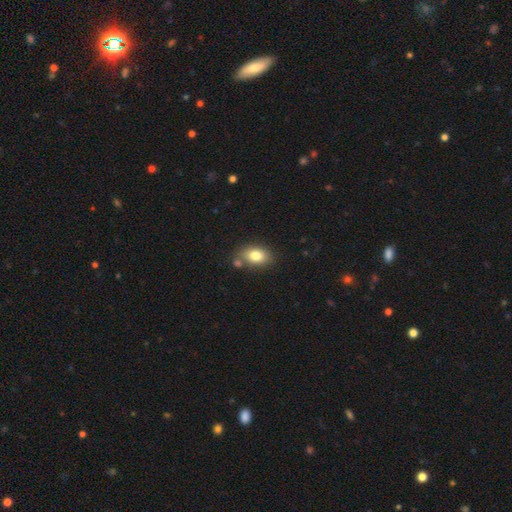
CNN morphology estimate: type=smooth (80%); roundness=in between (84%); merging=none (68%).